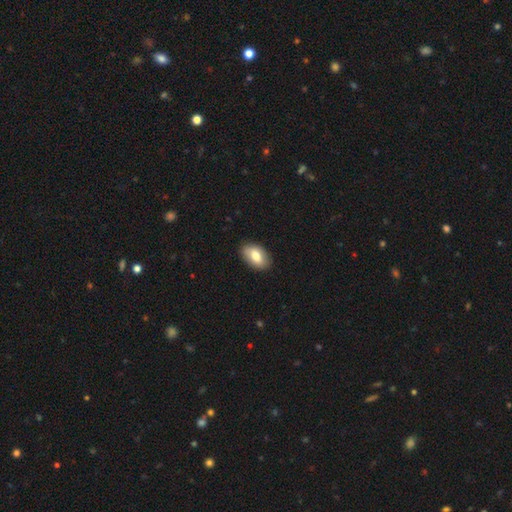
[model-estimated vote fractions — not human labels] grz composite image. It shows a smooth galaxy with no disk features (77%) that is in between round and cigar-shaped (92%). Merging: none (87%).